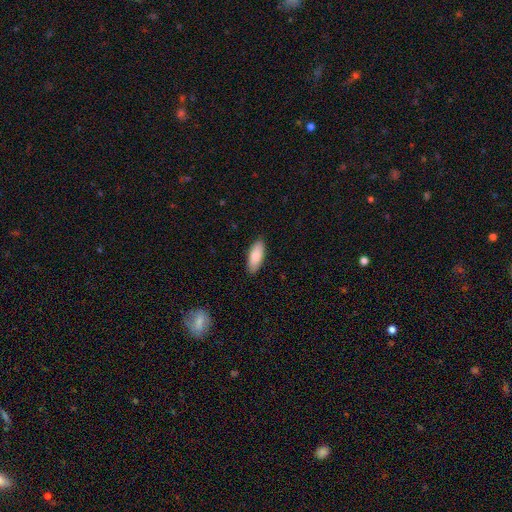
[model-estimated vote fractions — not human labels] Smooth or featured? smooth (83%)
How rounded? in between (78%)
Merging? none (89%)